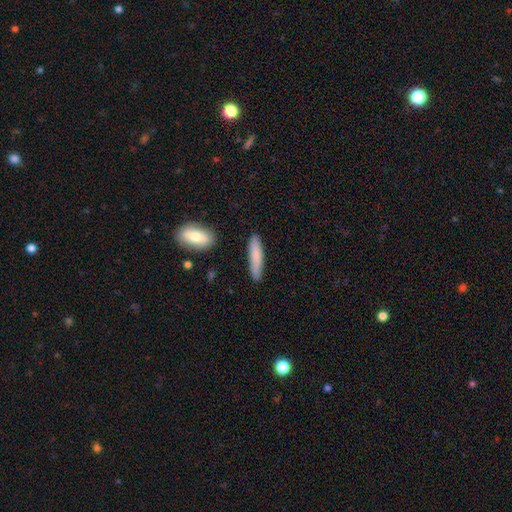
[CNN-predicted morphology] This appears to be a smooth galaxy with no disk features (78%) that is cigar-shaped (84%). Merging: none (85%).